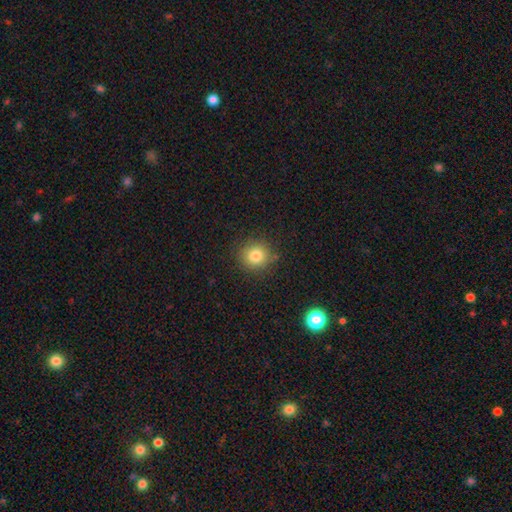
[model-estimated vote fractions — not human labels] Overall: smooth (81%). How rounded: round (88%). Merging: none (84%).